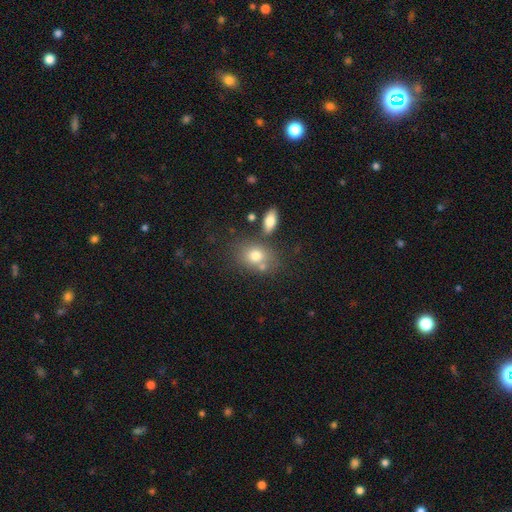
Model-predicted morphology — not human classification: Smooth or featured? smooth (74%)
How rounded? in between (57%)
Merging? none (57%)